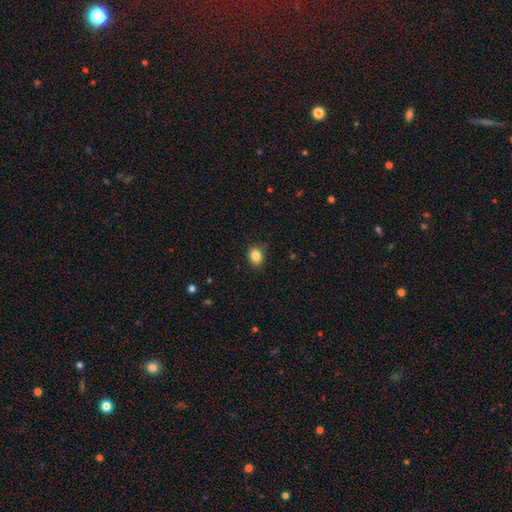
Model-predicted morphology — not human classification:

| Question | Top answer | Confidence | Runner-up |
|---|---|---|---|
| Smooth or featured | smooth | 85% | star or artifact (10%) |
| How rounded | in between | 55% | round (44%) |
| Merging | none | 86% | minor disturbance (11%) |